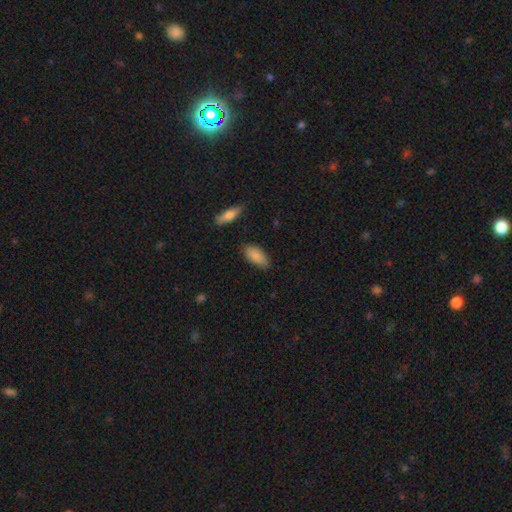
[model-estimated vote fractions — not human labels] smooth_or_featured: smooth (p=0.87) [alt: star or artifact p=0.06]
how_rounded: in between (p=0.89) [alt: cigar-shaped p=0.09]
merging: none (p=0.81) [alt: minor disturbance p=0.14]